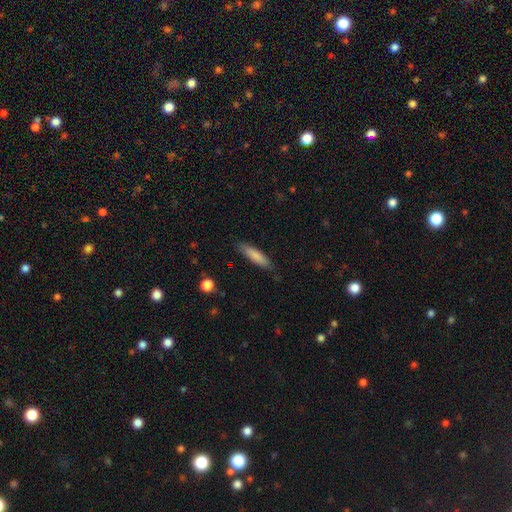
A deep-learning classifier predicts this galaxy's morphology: This is clearly a smooth galaxy (83%). How rounded: likely cigar-shaped (76%). Merging: clearly none (84%).